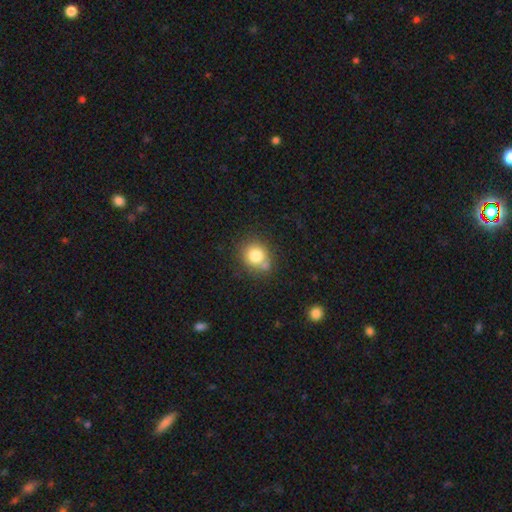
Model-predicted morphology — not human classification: This appears to be a smooth galaxy with no disk features (80%) that is round (77%). Merging: none (64%).